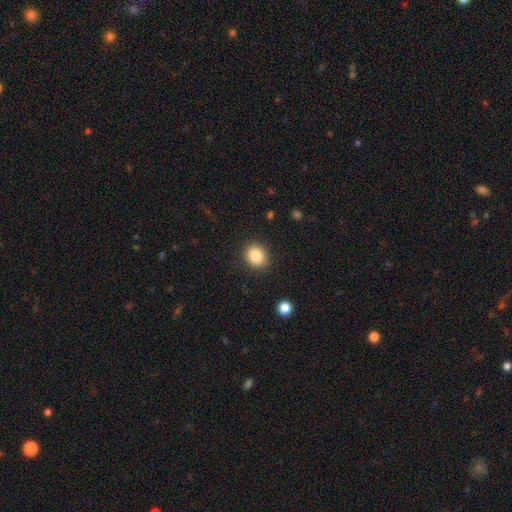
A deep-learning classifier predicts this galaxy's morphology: Overall: smooth (84%). How rounded: round (66%; in between 33%). Merging: none (88%).